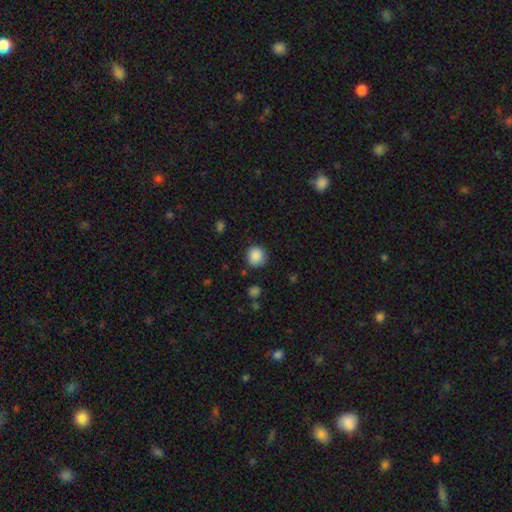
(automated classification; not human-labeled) A smooth galaxy with no disk features (87%) that is round (91%). Merging: none (84%).